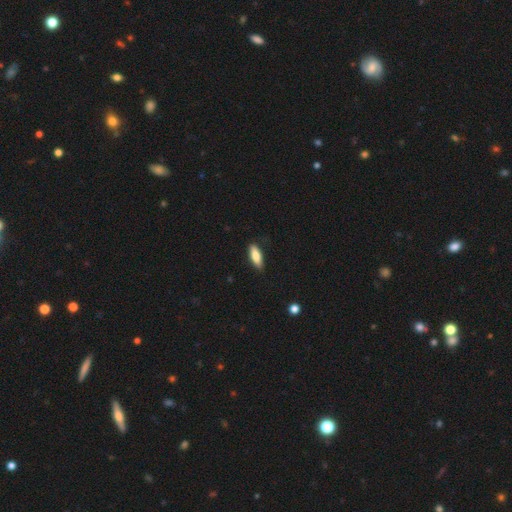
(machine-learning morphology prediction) A smooth galaxy with no disk features (82%) that is in between round and cigar-shaped (60%). Merging: none (83%).